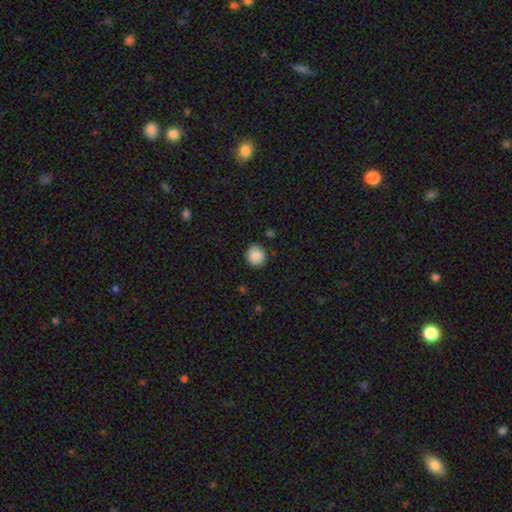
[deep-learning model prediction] smooth_or_featured: smooth (p=0.87) [alt: star or artifact p=0.09]
how_rounded: round (p=0.82) [alt: in between p=0.17]
merging: none (p=0.84) [alt: minor disturbance p=0.12]